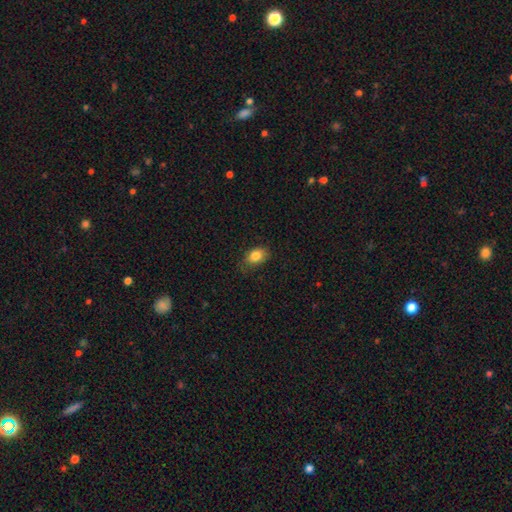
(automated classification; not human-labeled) smooth 84%, star or artifact 9%, featured or disk 7%. Down the decision tree: how rounded — in between (79%); merging — none (75%).